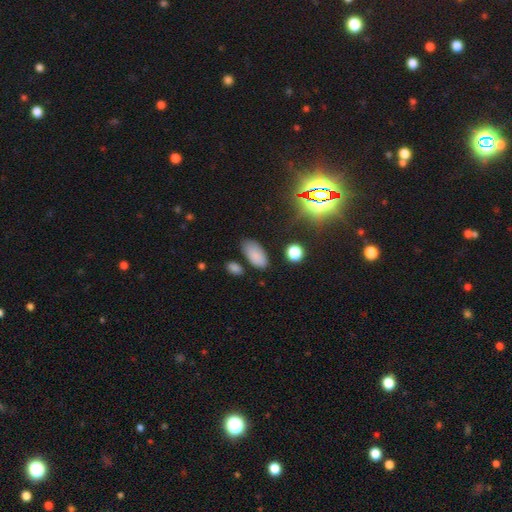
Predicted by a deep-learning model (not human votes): Smooth or featured: smooth — 82% (star or artifact — 11%)
How rounded: in between — 93% (cigar-shaped — 3%)
Merging: none — 78% (minor disturbance — 13%)